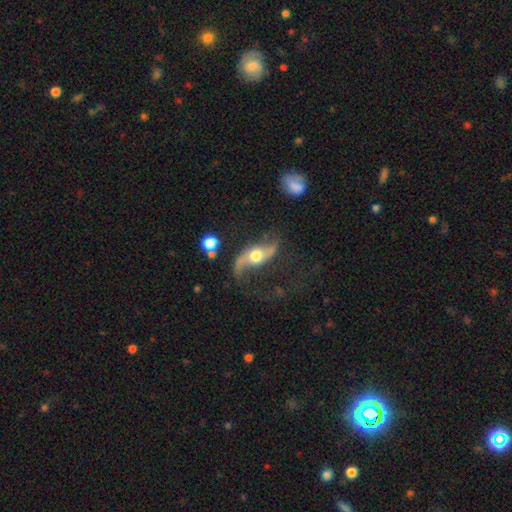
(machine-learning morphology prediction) smooth-or-featured: featured or disk: 81% | smooth: 13% | star or artifact: 6%
  disk-edge-on: no: 87% | yes: 13%
    bar: no: 63% | weak: 26% | strong: 11%
    has-spiral-arms: yes: 94% | no: 6%
      spiral-winding: loose: 86% | medium: 11% | tight: 3%
      spiral-arm-count: 2: 92% | 1: 3% | can't tell: 2% | 3: 1% | 4: 1% | more than 4: 1%
    bulge-size: moderate: 59% | large: 26% | small: 9% | dominant: 3% | none: 2%
  merging: none: 62% | minor disturbance: 19% | major disturbance: 15% | merger: 4%